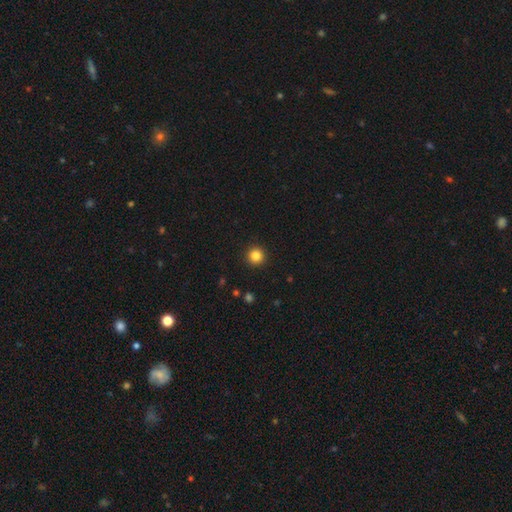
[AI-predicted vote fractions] smooth-or-featured: smooth: 84% | star or artifact: 11% | featured or disk: 4%
  how-rounded: round: 96% | in between: 3% | cigar-shaped: 1%
  merging: none: 93% | minor disturbance: 4% | major disturbance: 2% | merger: 1%